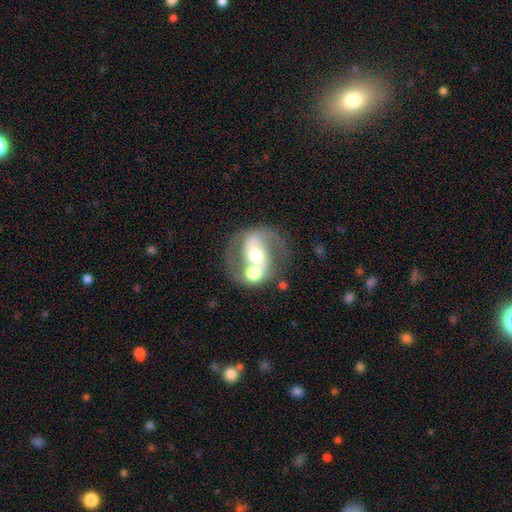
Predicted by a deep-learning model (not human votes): Smooth or featured? Predicted: featured or disk (p=0.77). Edge-on disk? Predicted: no (p=0.97). Bar? Predicted: no (p=0.40). Spiral arms? Predicted: yes (p=0.82). Spiral winding? Predicted: medium (p=0.49). Spiral arm count? Predicted: 2 (p=0.86). Bulge size? Predicted: moderate (p=0.66). Merging? Predicted: none (p=0.45).